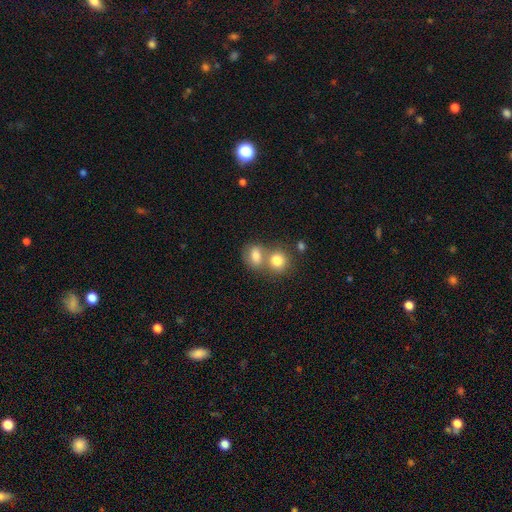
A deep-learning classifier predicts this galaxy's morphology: A smooth galaxy with no disk features (76%) that is in between round and cigar-shaped (59%). Merging: merger (52%).